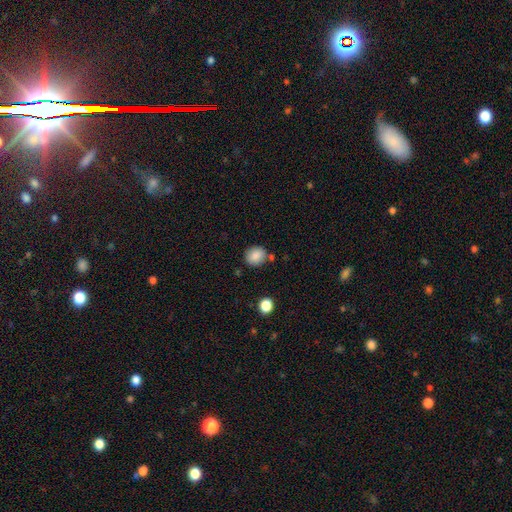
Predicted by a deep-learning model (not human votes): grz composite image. It shows a smooth galaxy with no disk features (87%) that is round (78%). Merging: none (78%).